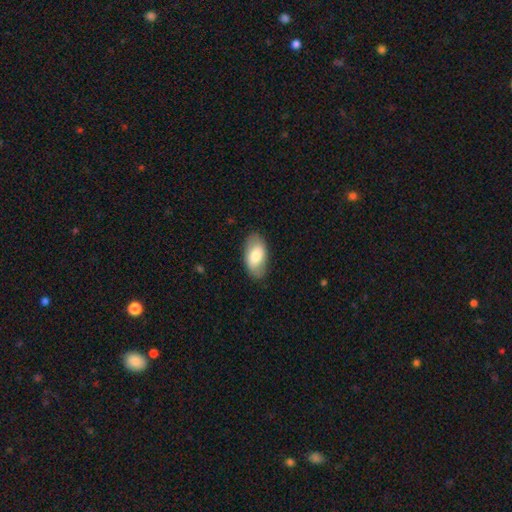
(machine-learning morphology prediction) Q: Smooth or featured?
A: smooth (72%); runner-up: featured or disk (23%)
Q: How rounded?
A: in between (94%); runner-up: round (3%)
Q: Merging?
A: none (82%); runner-up: minor disturbance (13%)